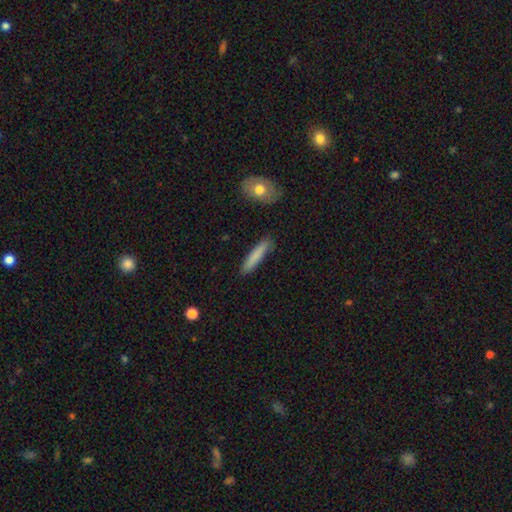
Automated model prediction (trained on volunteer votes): This is likely a smooth galaxy (79%). How rounded: clearly cigar-shaped (90%). Merging: clearly none (88%).